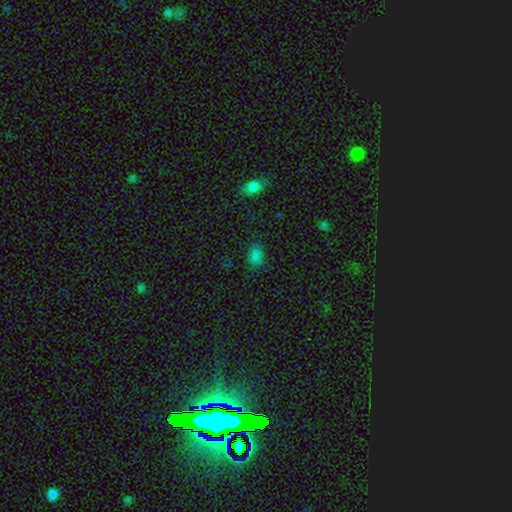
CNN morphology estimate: smooth_or_featured: smooth (p=0.77) [alt: star or artifact p=0.18]
how_rounded: in between (p=0.81) [alt: round p=0.17]
merging: none (p=0.80) [alt: minor disturbance p=0.15]